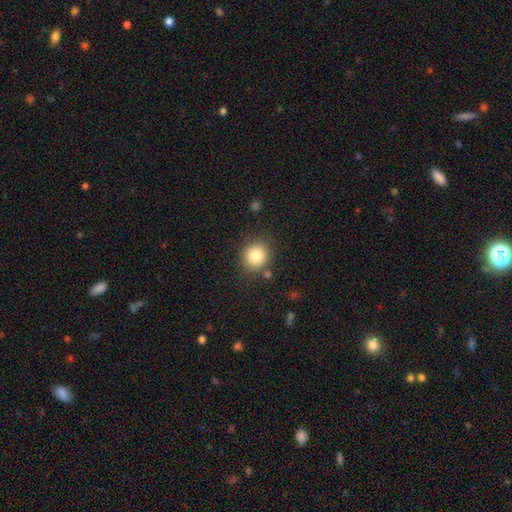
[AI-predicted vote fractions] Overall: smooth (84%). How rounded: round (87%). Merging: none (82%).